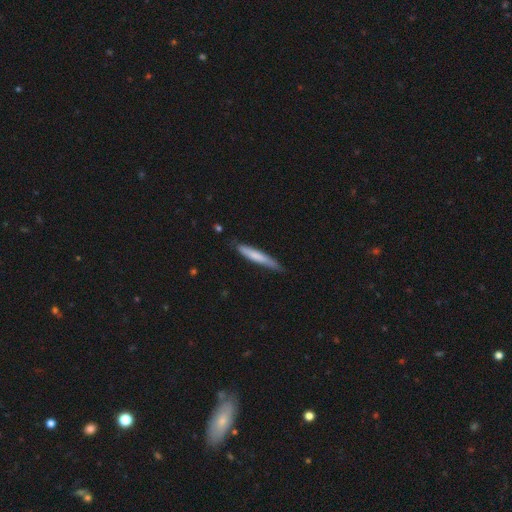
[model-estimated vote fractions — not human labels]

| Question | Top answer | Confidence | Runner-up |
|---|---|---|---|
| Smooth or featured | smooth | 70% | featured or disk (25%) |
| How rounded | cigar-shaped | 94% | in between (5%) |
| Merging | none | 75% | minor disturbance (21%) |